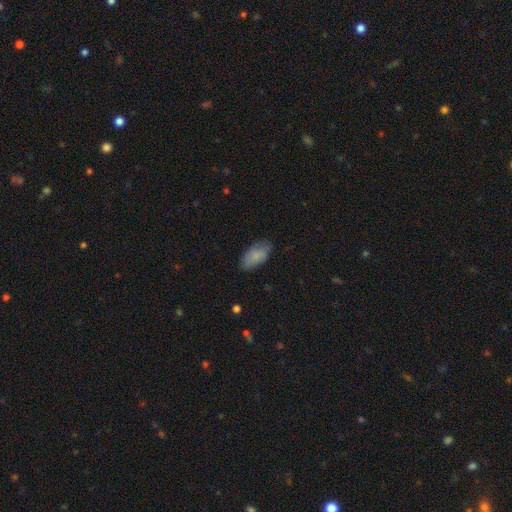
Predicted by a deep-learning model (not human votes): Q: Smooth or featured?
A: smooth (82%); runner-up: featured or disk (11%)
Q: How rounded?
A: in between (93%); runner-up: cigar-shaped (4%)
Q: Merging?
A: none (77%); runner-up: minor disturbance (18%)